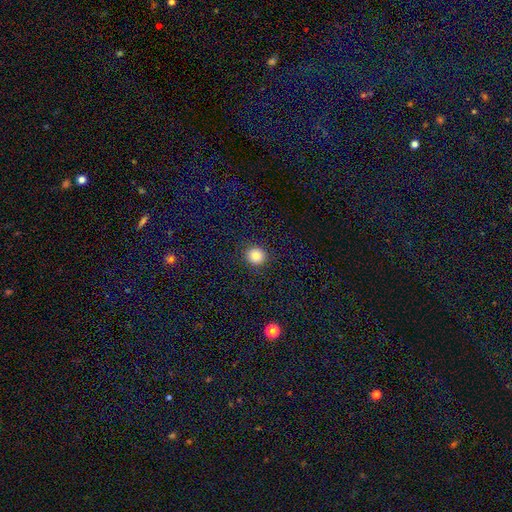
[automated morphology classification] Overall: smooth (85%). How rounded: round (92%). Merging: none (91%).